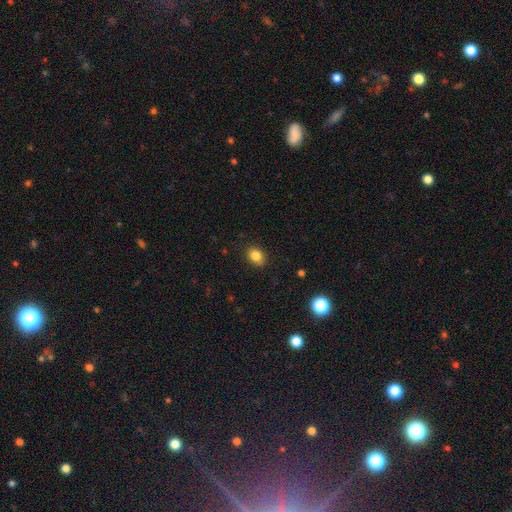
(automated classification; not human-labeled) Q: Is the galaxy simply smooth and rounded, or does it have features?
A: smooth — 84%.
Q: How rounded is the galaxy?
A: in between — 57%.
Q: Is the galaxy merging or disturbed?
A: none — 85%.